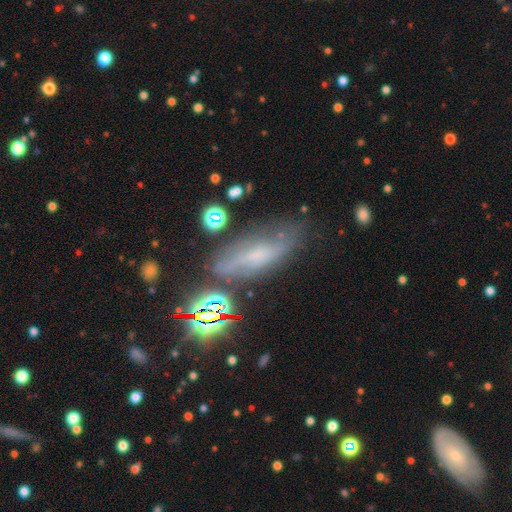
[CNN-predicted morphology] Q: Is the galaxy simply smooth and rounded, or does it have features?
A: featured or disk — 43%.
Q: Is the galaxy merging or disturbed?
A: none — 57%.